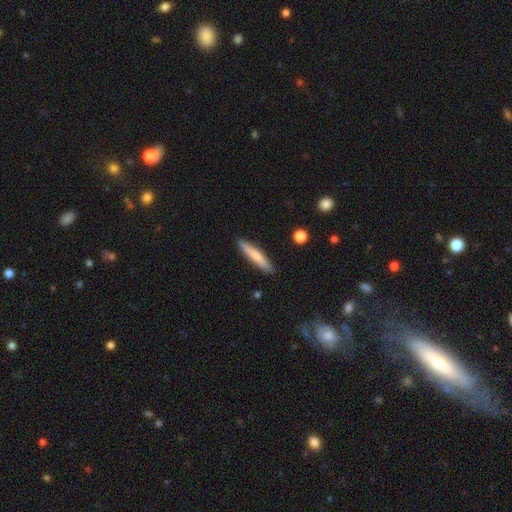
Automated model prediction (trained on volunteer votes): A smooth galaxy with no disk features (68%) that is cigar-shaped (91%). Merging: none (89%).